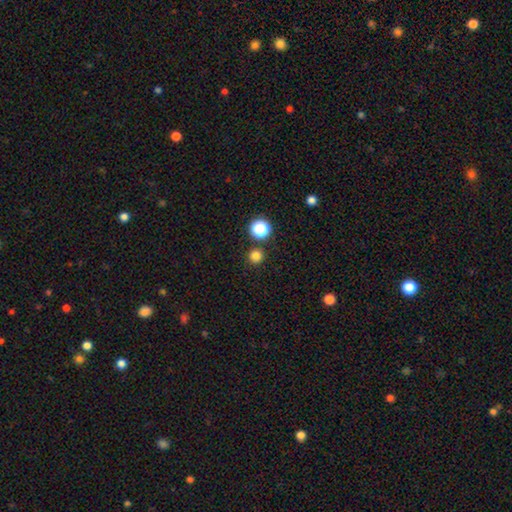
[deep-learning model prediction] This is likely a smooth galaxy (79%). How rounded: clearly round (95%). Merging: clearly none (88%).